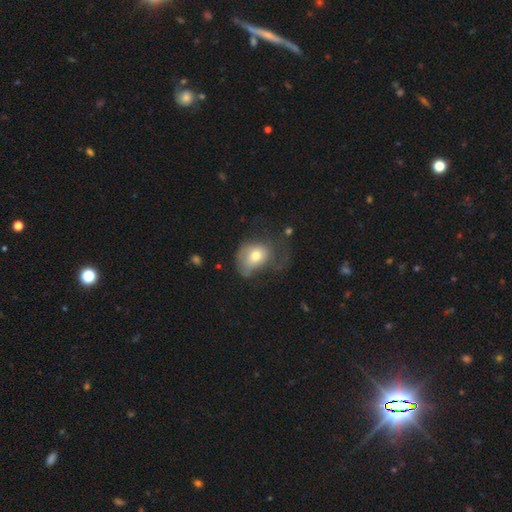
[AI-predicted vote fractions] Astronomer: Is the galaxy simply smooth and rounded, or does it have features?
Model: smooth — 64%.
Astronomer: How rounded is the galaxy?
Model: in between — 59% (runner-up: round, 40%).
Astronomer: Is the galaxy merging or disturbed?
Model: major disturbance — 47% (runner-up: minor disturbance, 28%).